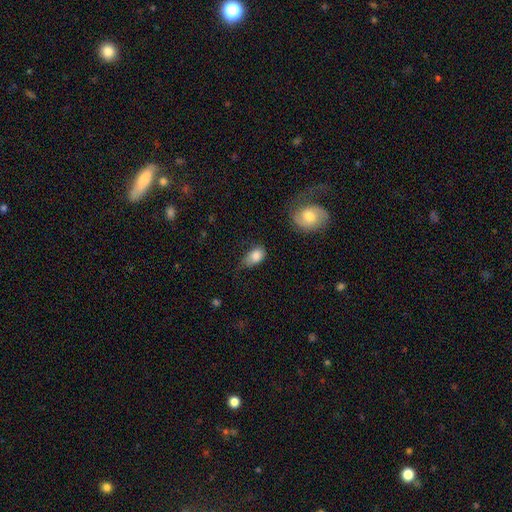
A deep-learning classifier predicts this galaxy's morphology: smooth-or-featured: smooth: 83% | featured or disk: 9% | star or artifact: 8%
  how-rounded: in between: 87% | round: 11% | cigar-shaped: 2%
  merging: none: 43% | minor disturbance: 40% | major disturbance: 13% | merger: 3%